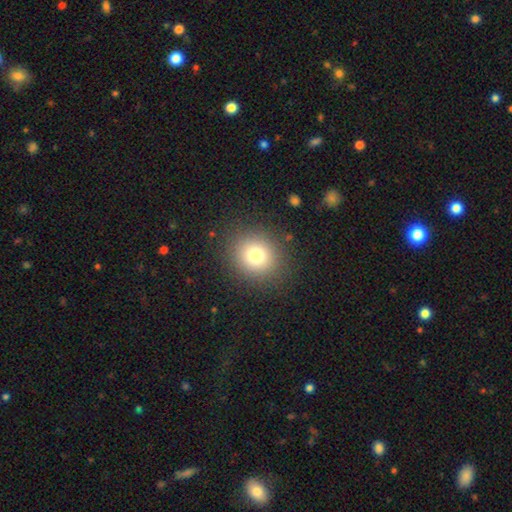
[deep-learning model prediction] smooth-or-featured: smooth: 76% | star or artifact: 14% | featured or disk: 9%
  how-rounded: round: 85% | in between: 14% | cigar-shaped: 1%
  merging: none: 88% | minor disturbance: 7% | major disturbance: 4% | merger: 1%